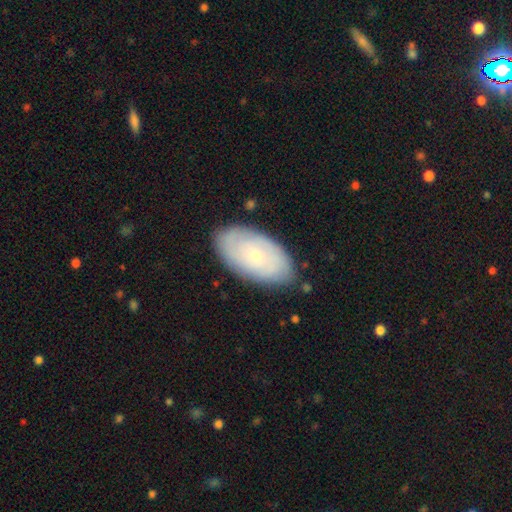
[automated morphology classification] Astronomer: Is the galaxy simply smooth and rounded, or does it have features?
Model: featured or disk — 50% (runner-up: smooth, 43%).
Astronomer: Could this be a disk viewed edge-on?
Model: no — 93%.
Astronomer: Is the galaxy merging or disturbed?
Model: none — 81%.